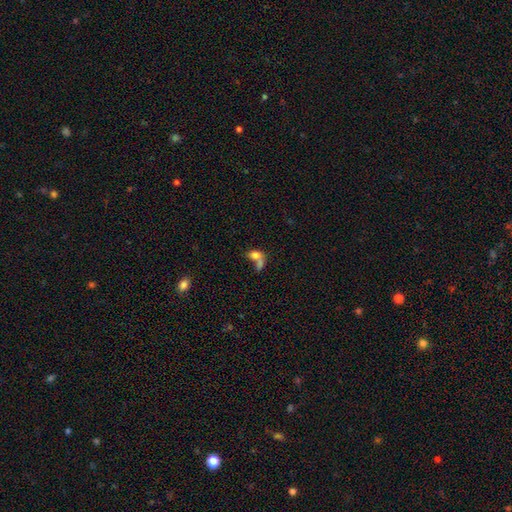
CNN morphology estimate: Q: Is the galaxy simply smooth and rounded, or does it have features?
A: smooth — 68%.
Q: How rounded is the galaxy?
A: in between — 67%.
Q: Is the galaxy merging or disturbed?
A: merger — 52%.